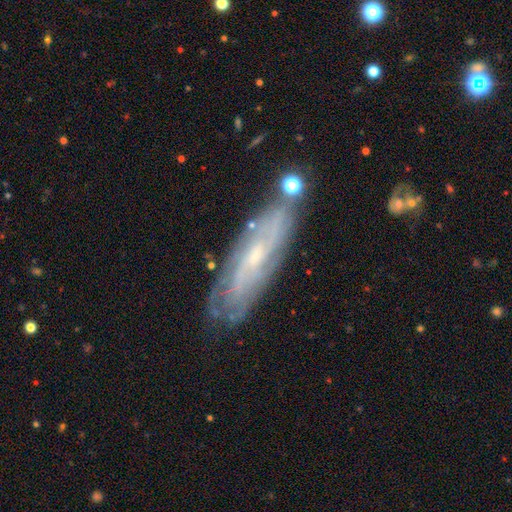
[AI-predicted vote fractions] This is likely a featured or disk galaxy (72%). It is likely not viewed edge-on (72%). Bar: possibly no (59%). Spiral arm pattern: clearly yes (85%). Central bulge: likely small (70%). Merging: likely none (78%).